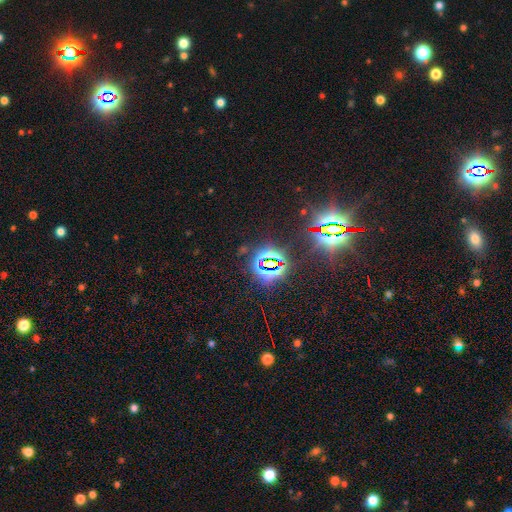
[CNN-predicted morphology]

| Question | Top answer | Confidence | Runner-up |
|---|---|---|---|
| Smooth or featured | star or artifact | 83% | smooth (9%) |